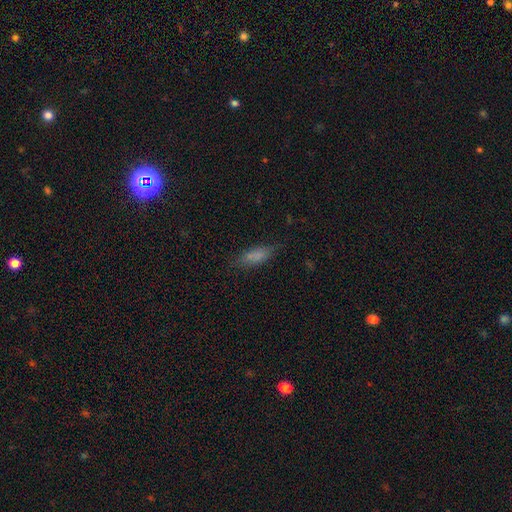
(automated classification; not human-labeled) A smooth galaxy with no disk features (77%) that is in between round and cigar-shaped (63%). Merging: none (71%).